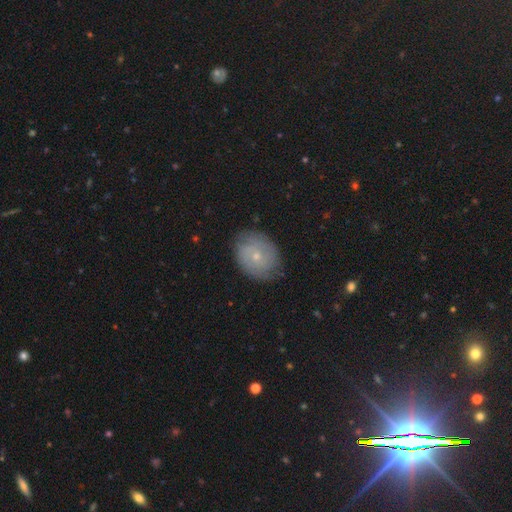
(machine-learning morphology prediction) smooth_or_featured: featured or disk (p=0.53) [alt: smooth p=0.39]
disk_edge_on: no (p=0.96) [alt: yes p=0.04]
bar: no (p=0.79) [alt: weak p=0.18]
has_spiral_arms: yes (p=0.74) [alt: no p=0.26]
bulge_size: small (p=0.73) [alt: moderate p=0.24]
merging: none (p=0.77) [alt: minor disturbance p=0.18]